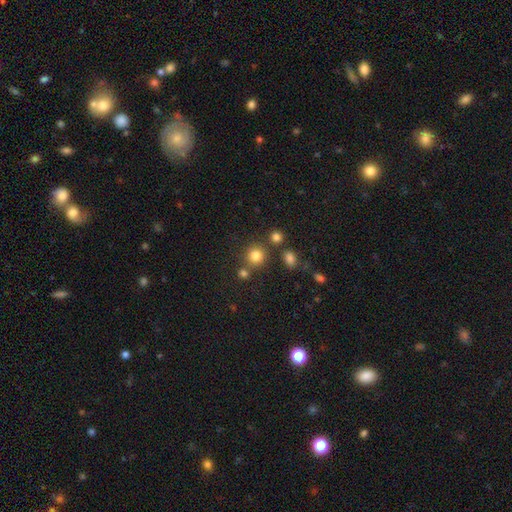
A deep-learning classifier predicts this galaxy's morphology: The model was most divided on "merging": none: 75%, merger: 13%, minor disturbance: 8%, major disturbance: 4%. More confident: how rounded — round (90%); smooth or featured — smooth (80%).